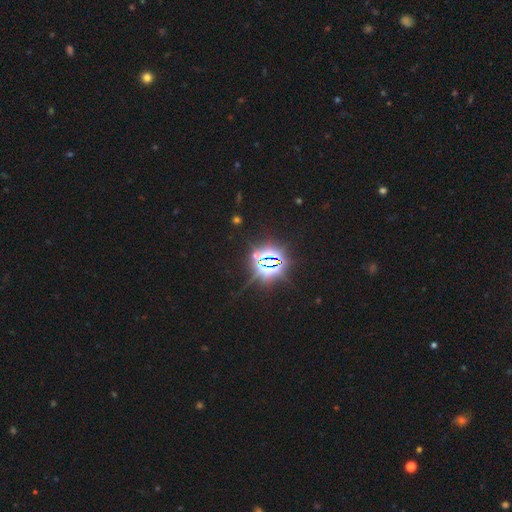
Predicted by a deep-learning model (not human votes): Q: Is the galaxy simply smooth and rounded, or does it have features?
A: star or artifact — 83%.